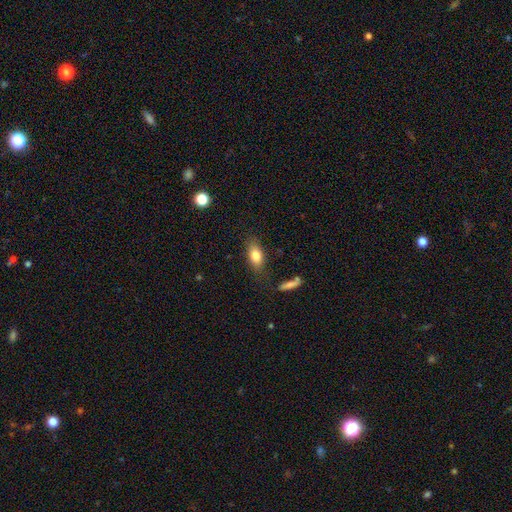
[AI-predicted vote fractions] Q: Smooth or featured?
A: smooth (79%); runner-up: featured or disk (13%)
Q: How rounded?
A: in between (81%); runner-up: cigar-shaped (13%)
Q: Merging?
A: none (79%); runner-up: minor disturbance (14%)